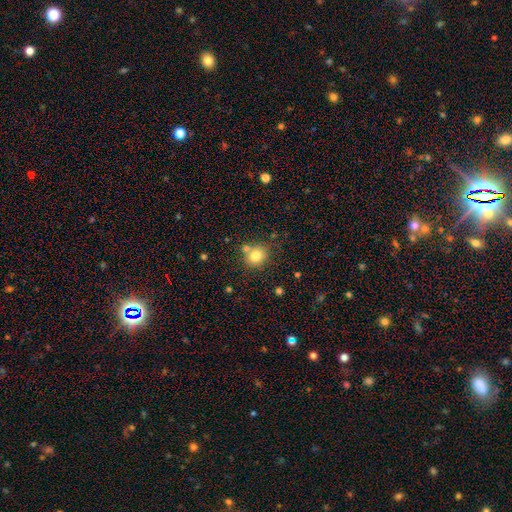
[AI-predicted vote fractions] Q: Smooth or featured?
A: smooth (78%); runner-up: star or artifact (11%)
Q: How rounded?
A: round (79%); runner-up: in between (20%)
Q: Merging?
A: none (67%); runner-up: merger (17%)